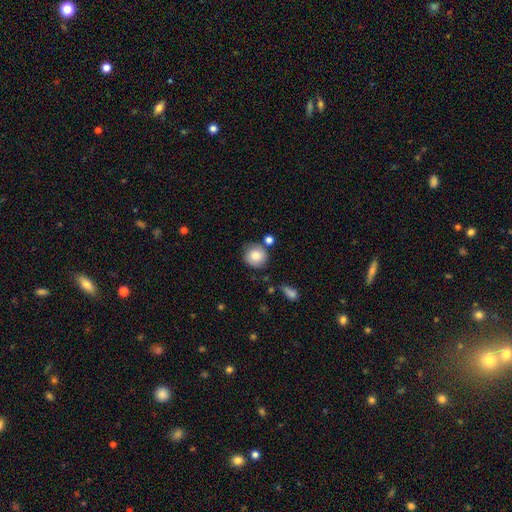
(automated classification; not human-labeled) The model was most divided on "merging": none: 73%, minor disturbance: 15%, merger: 9%, major disturbance: 4%. More confident: how rounded — round (89%); smooth or featured — smooth (83%).